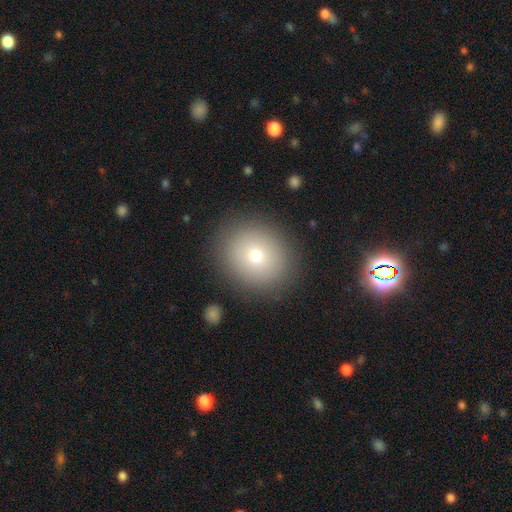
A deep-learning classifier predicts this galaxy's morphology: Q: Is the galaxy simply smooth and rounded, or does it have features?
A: smooth — 73%.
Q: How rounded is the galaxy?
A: round — 73%.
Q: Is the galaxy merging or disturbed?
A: none — 87%.